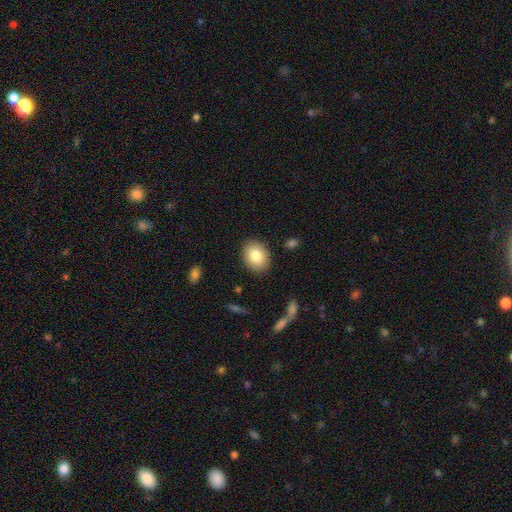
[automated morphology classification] This appears to be a smooth galaxy with no disk features (82%) that is in between round and cigar-shaped (58%). Merging: none (88%).